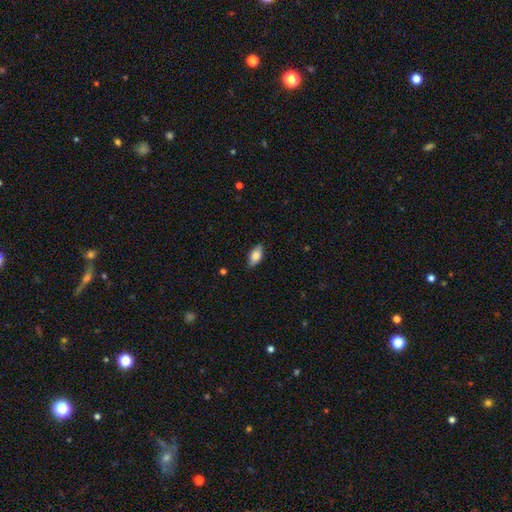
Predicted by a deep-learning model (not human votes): smooth 76%, featured or disk 17%, star or artifact 7%. Down the decision tree: how rounded — in between (87%); merging — none (85%).